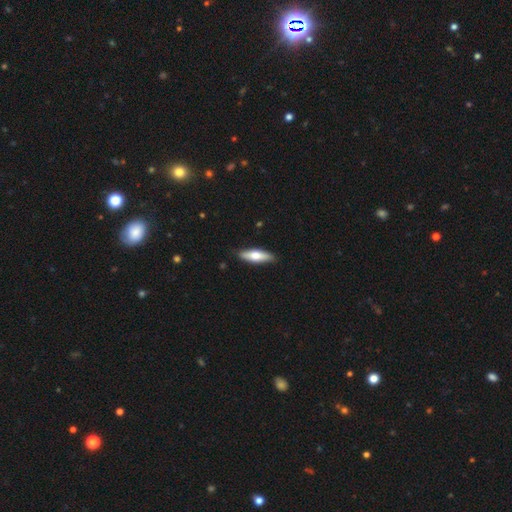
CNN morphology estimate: A smooth galaxy with no disk features (62%) that is cigar-shaped (57%). Merging: none (87%).